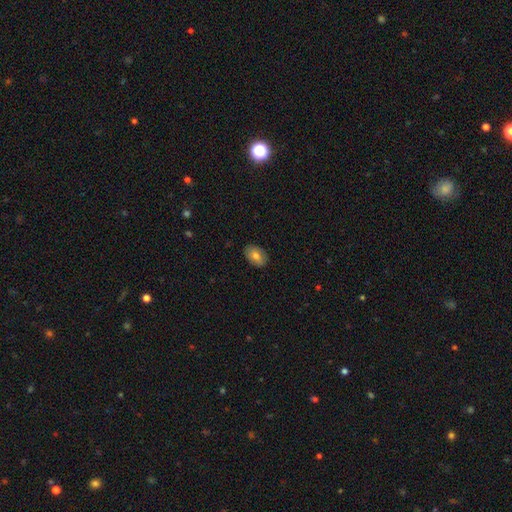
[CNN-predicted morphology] Smooth or featured?
  - smooth: 73% *
  - featured or disk: 19%
  - star or artifact: 8%
How rounded?
  - in between: 84% *
  - round: 14%
  - cigar-shaped: 1%
Merging?
  - none: 86% *
  - minor disturbance: 11%
  - major disturbance: 2%
  - merger: 1%